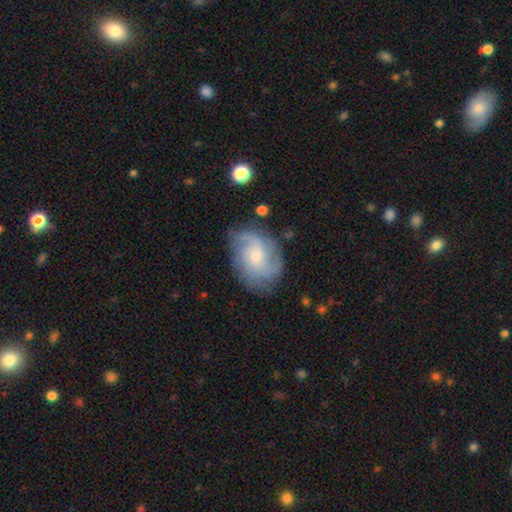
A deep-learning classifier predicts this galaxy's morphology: smooth_or_featured: featured or disk (p=0.80) [alt: smooth p=0.13]
disk_edge_on: no (p=0.97) [alt: yes p=0.03]
bar: no (p=0.68) [alt: weak p=0.29]
has_spiral_arms: yes (p=0.96) [alt: no p=0.04]
spiral_winding: medium (p=0.43) [alt: tight p=0.38]
spiral_arm_count: 3 (p=0.33) [alt: can't tell p=0.23]
bulge_size: small (p=0.54) [alt: moderate p=0.40]
merging: none (p=0.74) [alt: minor disturbance p=0.18]